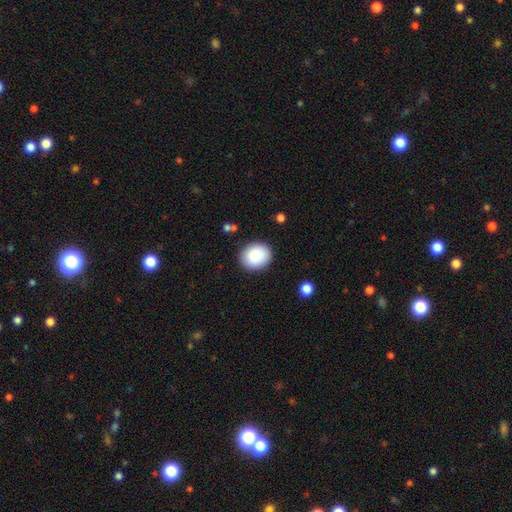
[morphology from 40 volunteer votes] This appears to be a smooth galaxy with no disk features (88%) that is round (86%). Merging: none (80%).